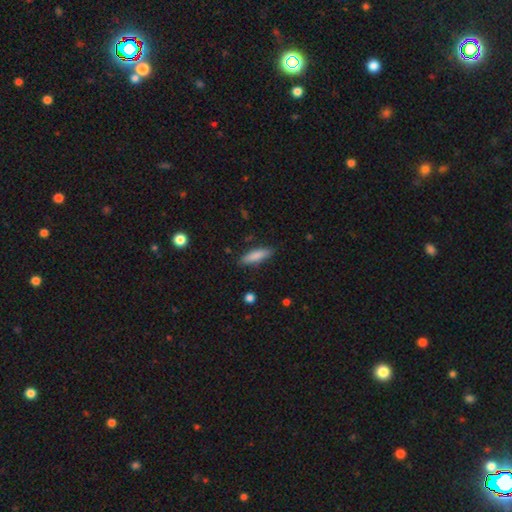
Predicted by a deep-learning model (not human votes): Smooth or featured?
  - smooth: 83% *
  - featured or disk: 12%
  - star or artifact: 6%
How rounded?
  - cigar-shaped: 67% *
  - in between: 32%
  - round: 2%
Merging?
  - none: 86% *
  - minor disturbance: 10%
  - major disturbance: 2%
  - merger: 1%